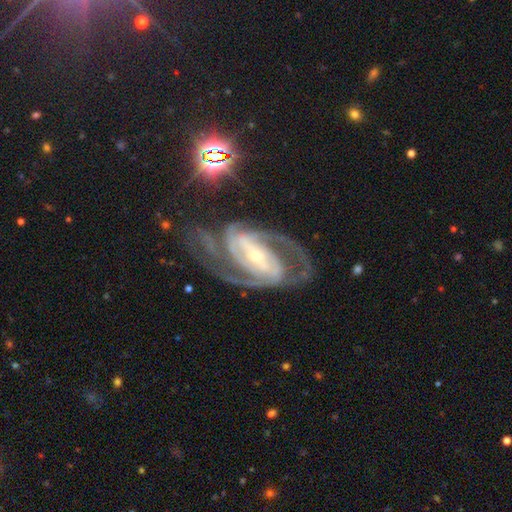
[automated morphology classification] type=featured or disk (91%); edge-on=no (97%); bar=strong (62%); spiral arms=yes (98%); winding=medium (50%); arm count=2 (59%); bulge=small (70%); merging=none (65%).